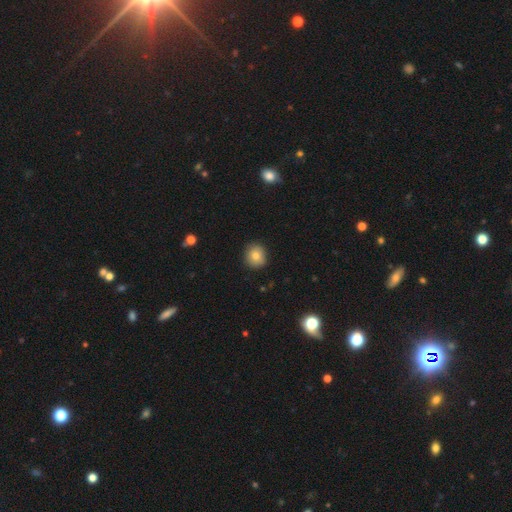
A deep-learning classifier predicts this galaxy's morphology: Smooth or featured: smooth — 79% (featured or disk — 10%)
How rounded: round — 88% (in between — 11%)
Merging: none — 88% (minor disturbance — 9%)